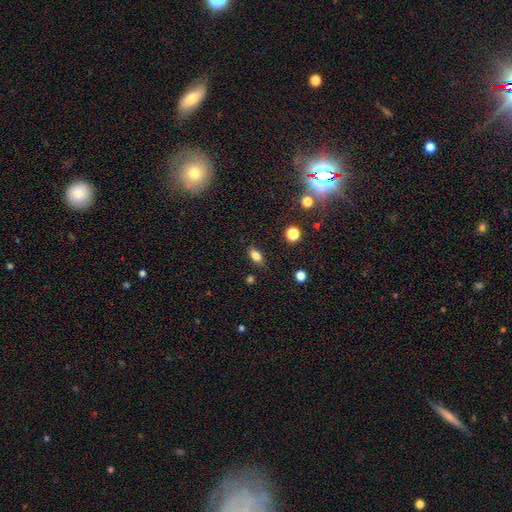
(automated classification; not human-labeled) The model was most divided on "smooth or featured": smooth: 80%, star or artifact: 11%, featured or disk: 9%. More confident: merging — none (84%); how rounded — in between (84%).